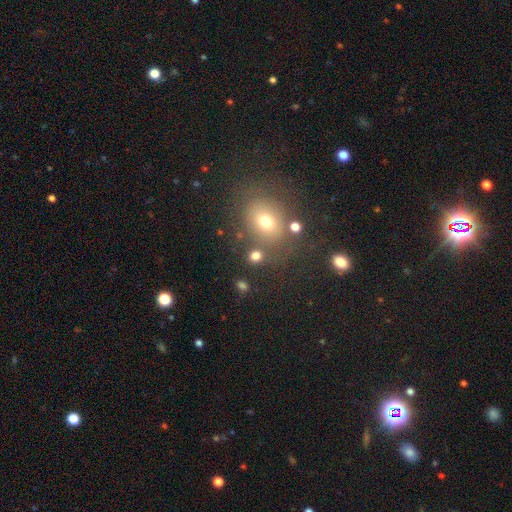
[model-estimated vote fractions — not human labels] Smooth or featured? smooth (72%)
How rounded? round (69%)
Merging? none (72%)